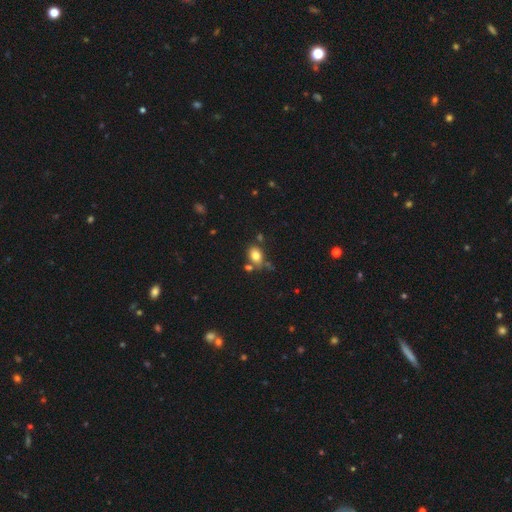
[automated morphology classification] Overall: smooth (79%). How rounded: in between (72%). Merging: none (60%).